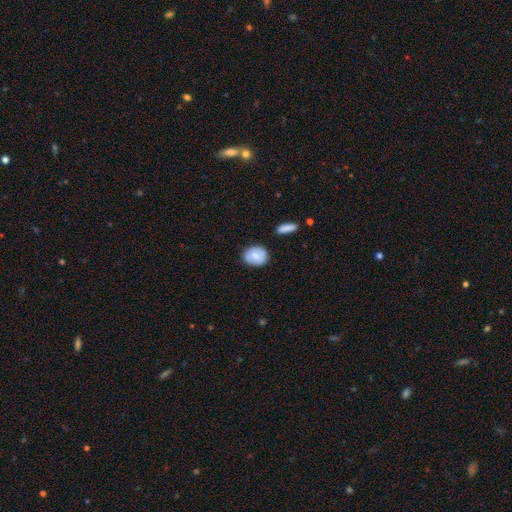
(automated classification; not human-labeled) A smooth galaxy with no disk features (70%) that is round (59%).

Vote fractions:
- Smooth or featured? smooth: 70% / featured or disk: 23% / star or artifact: 7%
- How rounded? round: 59% / in between: 40% / cigar-shaped: 2%
- Merging? none: 81% / minor disturbance: 13% / merger: 3% / major disturbance: 3%